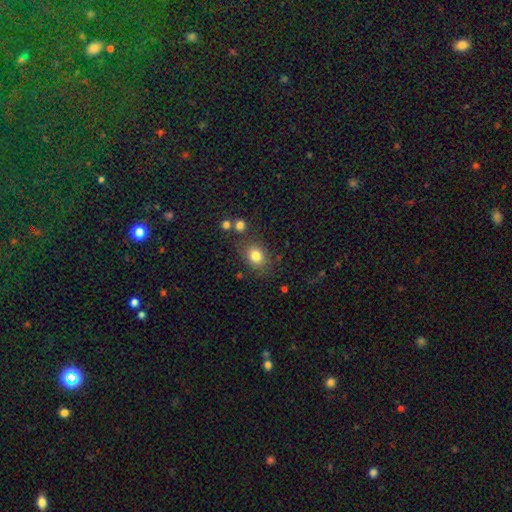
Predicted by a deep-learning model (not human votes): Smooth or featured?
  - smooth: 81% *
  - star or artifact: 12%
  - featured or disk: 8%
How rounded?
  - round: 54% *
  - in between: 45%
  - cigar-shaped: 1%
Merging?
  - none: 76% *
  - minor disturbance: 13%
  - merger: 6%
  - major disturbance: 5%